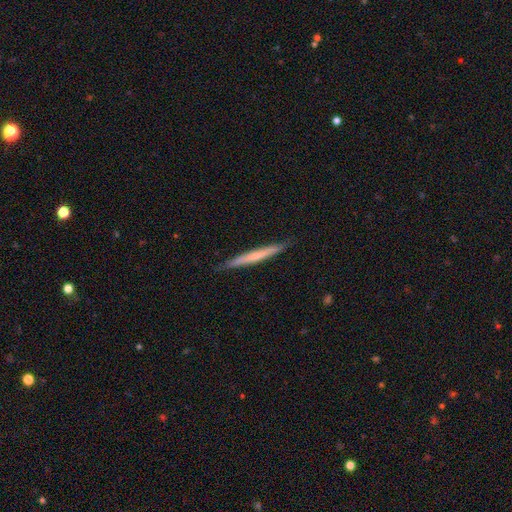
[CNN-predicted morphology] This is possibly a smooth galaxy (52%). How rounded: clearly cigar-shaped (97%). Merging: clearly none (89%).